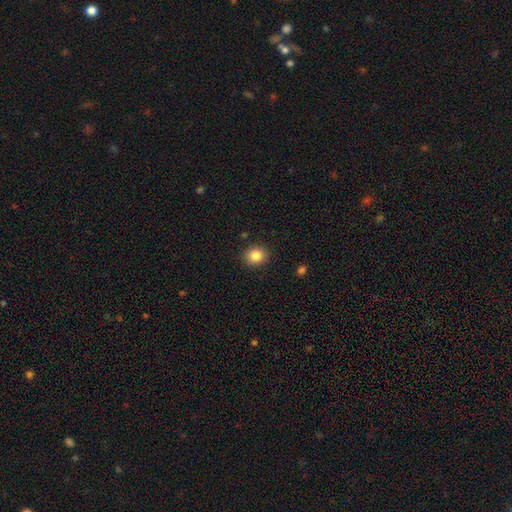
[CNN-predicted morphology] Smooth or featured? smooth (85%)
How rounded? round (70%)
Merging? none (90%)